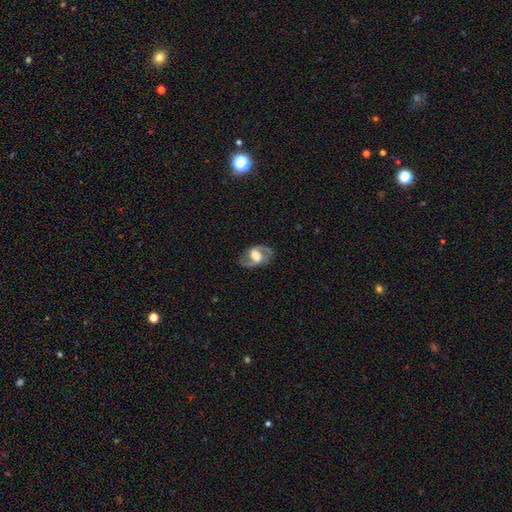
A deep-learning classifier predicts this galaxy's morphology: This is likely a featured or disk galaxy (77%). It is clearly not viewed edge-on (95%). Bar: marginally weak (45%). Spiral arm pattern: clearly yes (87%). Spiral arm count: clearly 2 (90%). Spiral winding: possibly medium (53%). Central bulge: marginally large (43%). Merging: likely none (78%).